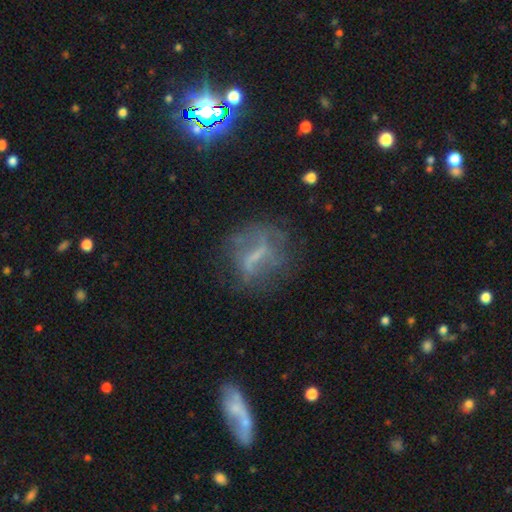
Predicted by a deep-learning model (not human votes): smooth-or-featured: featured or disk: 58% | smooth: 25% | star or artifact: 17%
  disk-edge-on: no: 88% | yes: 12%
    bar: strong: 38% | weak: 35% | no: 27%
    has-spiral-arms: no: 60% | yes: 40%
    bulge-size: none: 45% | small: 37% | moderate: 15% | large: 2% | dominant: 1%
  merging: none: 59% | minor disturbance: 19% | major disturbance: 18% | merger: 4%